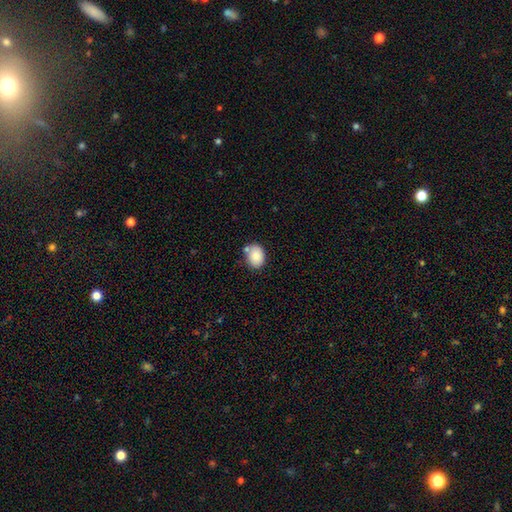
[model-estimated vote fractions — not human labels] Overall: smooth (85%). How rounded: in between (65%; round 34%). Merging: none (67%).